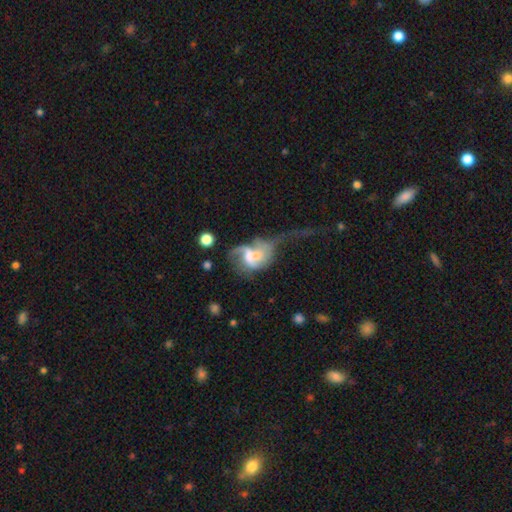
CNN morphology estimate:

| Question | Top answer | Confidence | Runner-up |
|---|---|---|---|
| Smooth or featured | featured or disk | 63% | smooth (28%) |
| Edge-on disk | no | 97% | yes (3%) |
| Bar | no | 58% | weak (32%) |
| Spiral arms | yes | 66% | no (34%) |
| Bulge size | moderate | 37% | small (32%) |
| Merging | major disturbance | 42% | merger (36%) |